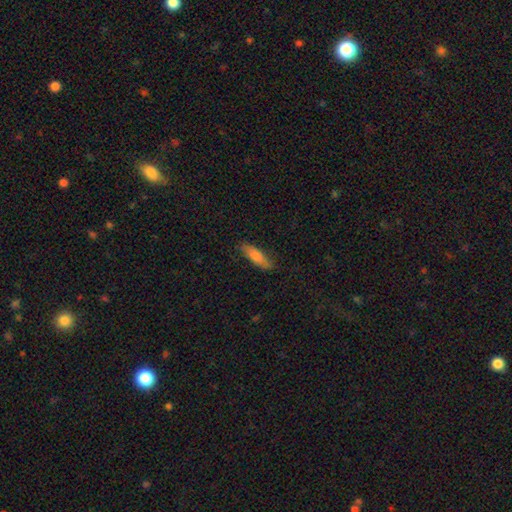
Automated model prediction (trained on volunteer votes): This is likely a smooth galaxy (74%). How rounded: possibly cigar-shaped (60%). Merging: clearly none (83%).